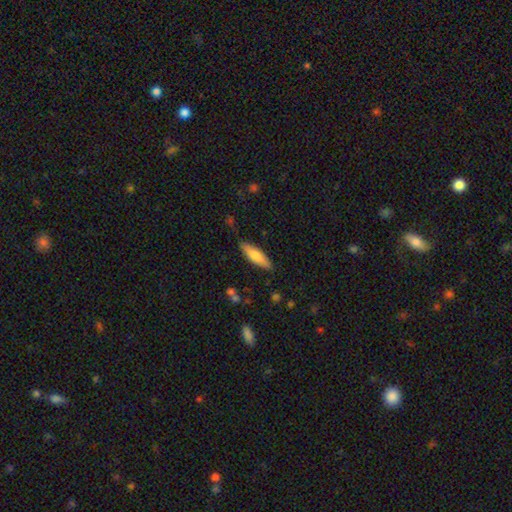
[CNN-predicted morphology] type=smooth (74%); roundness=cigar-shaped (56%); merging=none (82%).